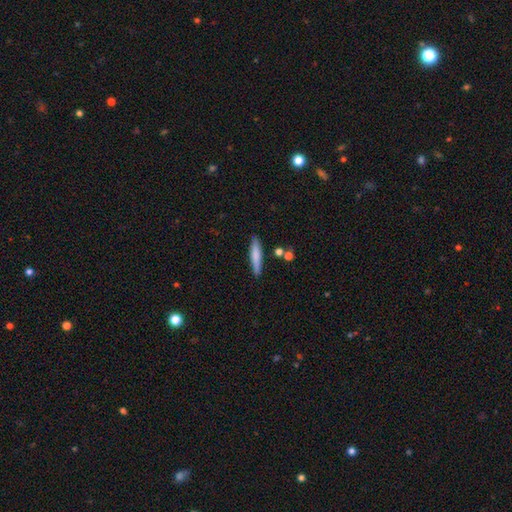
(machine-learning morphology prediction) smooth_or_featured: smooth (p=0.71) [alt: featured or disk p=0.22]
how_rounded: cigar-shaped (p=0.87) [alt: in between p=0.11]
merging: none (p=0.84) [alt: minor disturbance p=0.10]